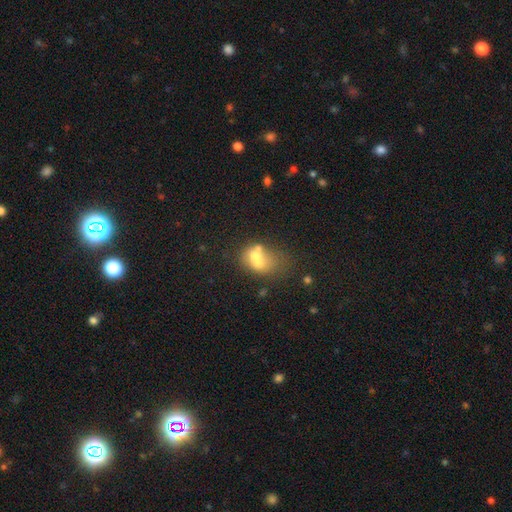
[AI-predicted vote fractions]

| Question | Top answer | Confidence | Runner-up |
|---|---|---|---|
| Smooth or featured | smooth | 56% | featured or disk (31%) |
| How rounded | in between | 59% | round (39%) |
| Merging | merger | 58% | none (20%) |